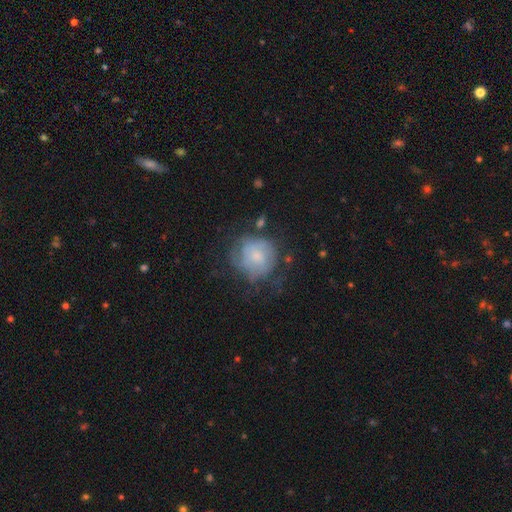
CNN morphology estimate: type=smooth (46%); merging=none (52%).